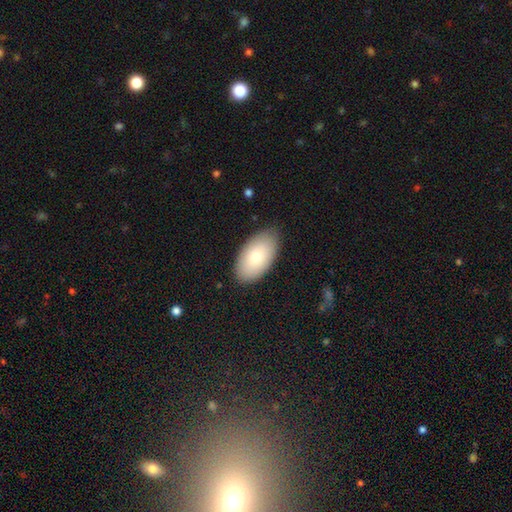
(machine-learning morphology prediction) Smooth or featured? Predicted: smooth (p=0.79). How rounded? Predicted: in between (p=0.95). Merging? Predicted: none (p=0.84).